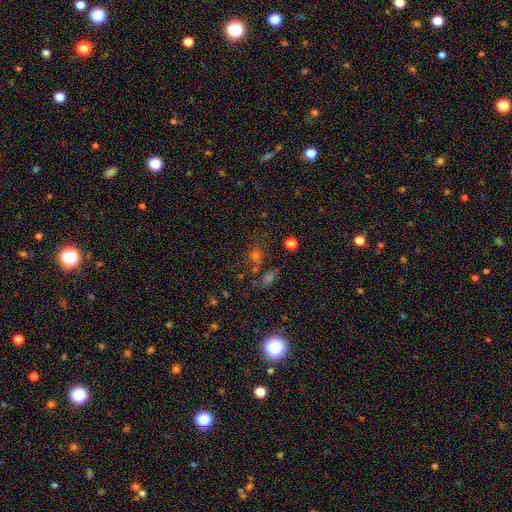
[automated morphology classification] Smooth or featured: smooth — 49% (star or artifact — 40%)
Merging: none — 61% (merger — 18%)